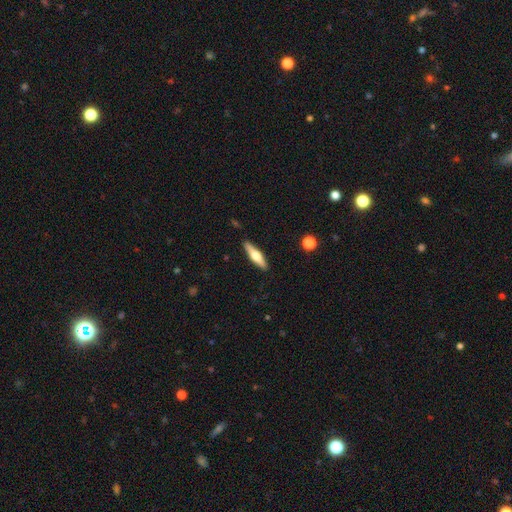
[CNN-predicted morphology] featured or disk 50%, smooth 45%, star or artifact 6%. Down the decision tree: merging — none (90%).